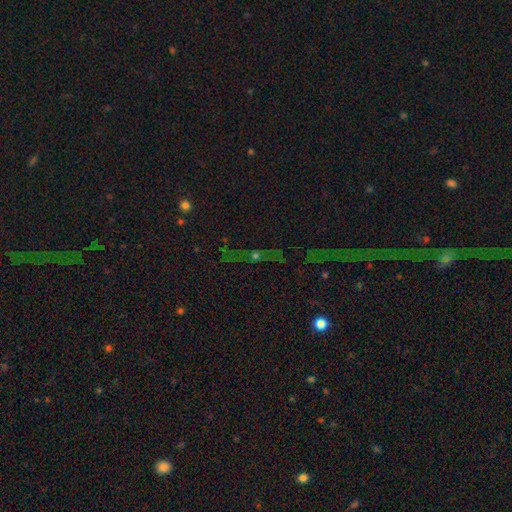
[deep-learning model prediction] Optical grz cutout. It shows a star or artifact, not a galaxy (60%).